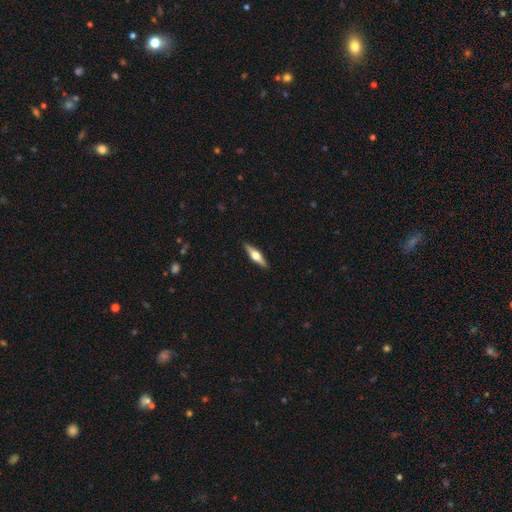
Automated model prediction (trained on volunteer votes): Overall: featured or disk (66%; smooth 29%). Edge-on disk: yes (97%). Edge-on bulge: rounded (94%). Merging: none (91%).